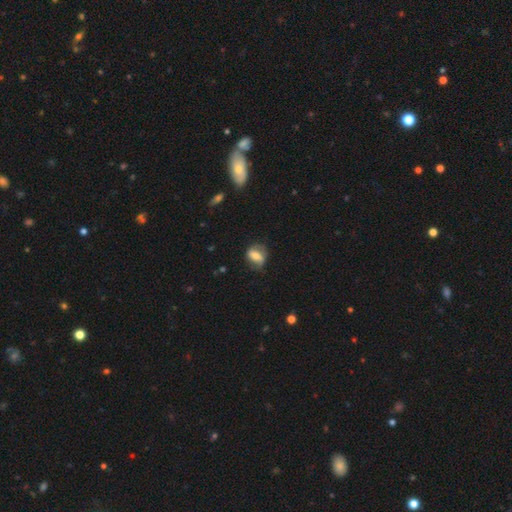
This appears to be a featured or disk galaxy (58%) with a strong bar (62%), 2 (82%) loose (41%) spiral arms (81%) and a moderate central bulge (52%). Merging: none (73%).